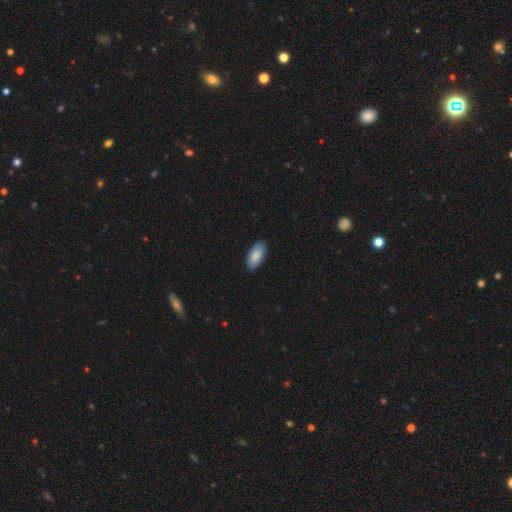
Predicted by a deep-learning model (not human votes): This appears to be a smooth galaxy with no disk features (81%) that is in between round and cigar-shaped (93%). Merging: none (83%).